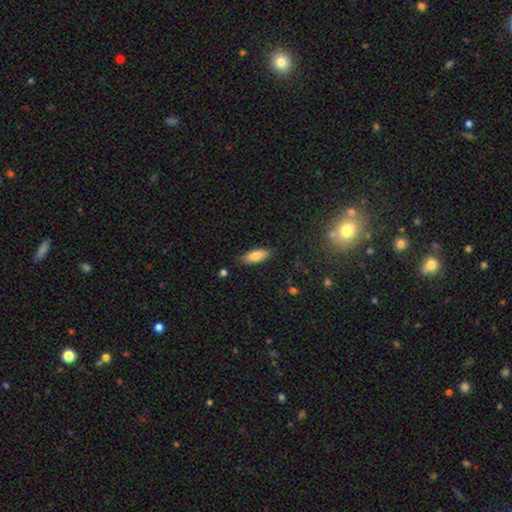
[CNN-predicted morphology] Q: Smooth or featured?
A: smooth (80%); runner-up: featured or disk (13%)
Q: How rounded?
A: in between (71%); runner-up: cigar-shaped (27%)
Q: Merging?
A: none (82%); runner-up: minor disturbance (14%)